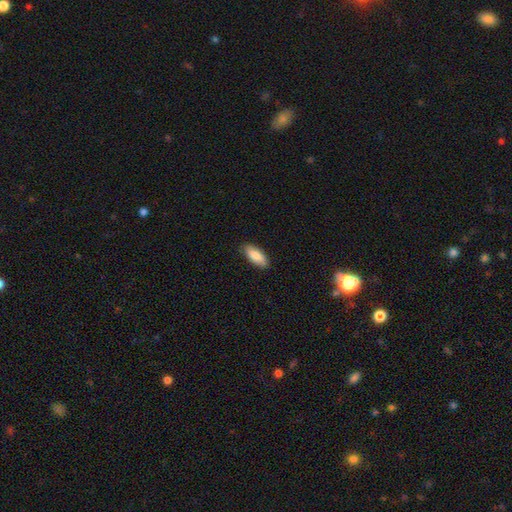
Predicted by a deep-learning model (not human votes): This is clearly a smooth galaxy (86%). How rounded: clearly in between (84%). Merging: clearly none (88%).